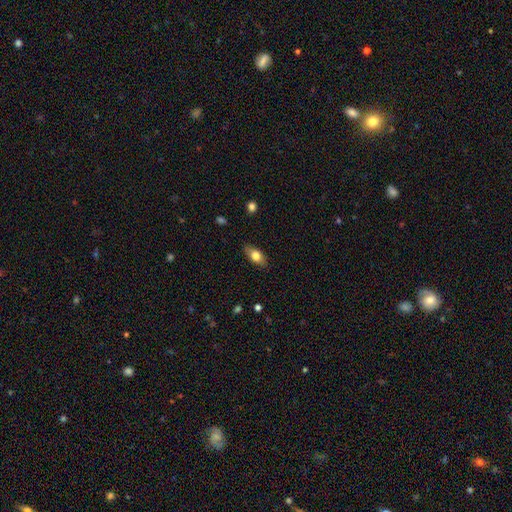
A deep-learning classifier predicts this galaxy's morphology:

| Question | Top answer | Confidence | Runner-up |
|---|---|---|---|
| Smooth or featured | smooth | 74% | featured or disk (19%) |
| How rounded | in between | 85% | cigar-shaped (10%) |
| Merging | none | 85% | minor disturbance (11%) |